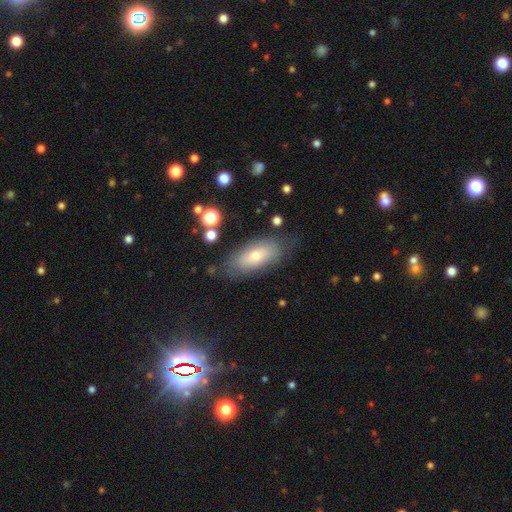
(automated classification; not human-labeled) Smooth or featured? smooth (63%)
How rounded? in between (83%)
Merging? none (74%)